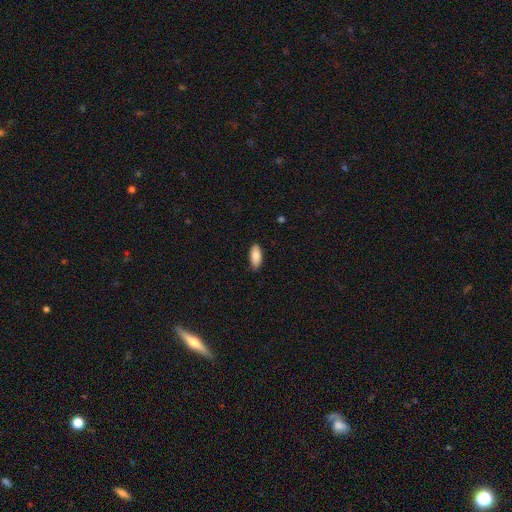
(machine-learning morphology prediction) Smooth or featured? Predicted: smooth (p=0.88). How rounded? Predicted: in between (p=0.88). Merging? Predicted: none (p=0.84).